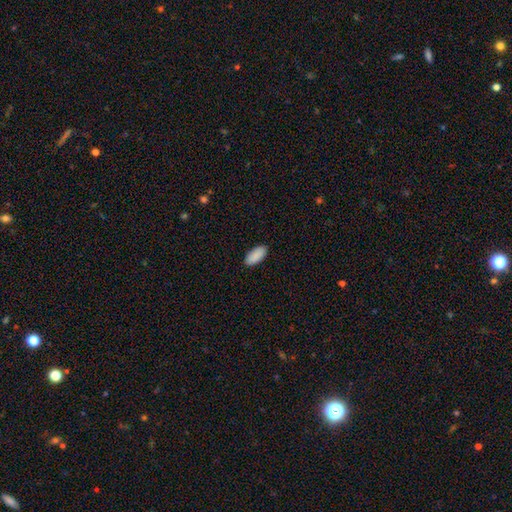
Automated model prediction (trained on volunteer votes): A smooth galaxy with no disk features (91%) that is in between round and cigar-shaped (90%). Merging: none (89%).